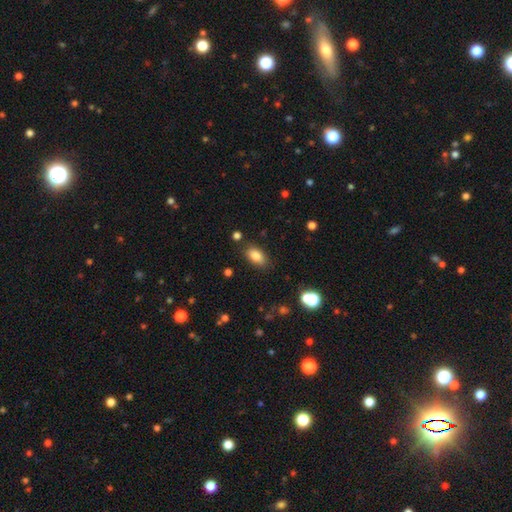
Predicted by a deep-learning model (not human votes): smooth-or-featured: smooth: 84% | star or artifact: 9% | featured or disk: 7%
  how-rounded: in between: 90% | round: 6% | cigar-shaped: 4%
  merging: none: 83% | minor disturbance: 11% | major disturbance: 3% | merger: 2%